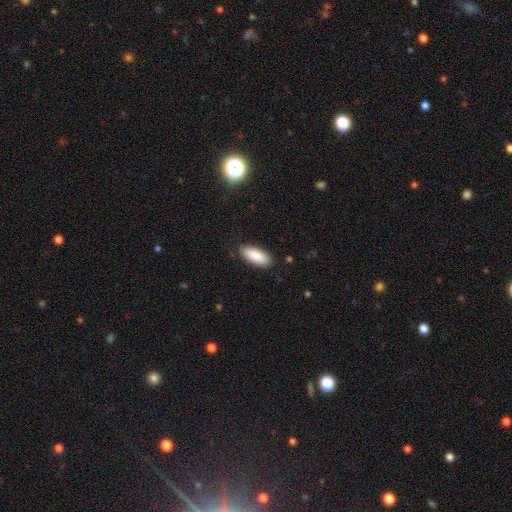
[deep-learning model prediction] A smooth galaxy with no disk features (87%) that is in between round and cigar-shaped (84%). Merging: none (87%).